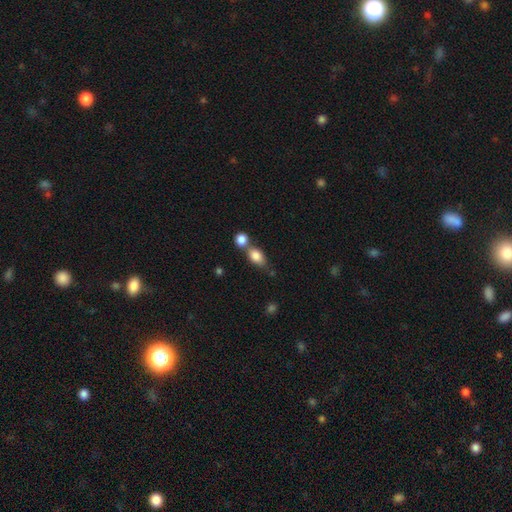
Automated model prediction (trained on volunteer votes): smooth 83%, featured or disk 9%, star or artifact 8%. Down the decision tree: how rounded — in between (77%); merging — merger (44%).